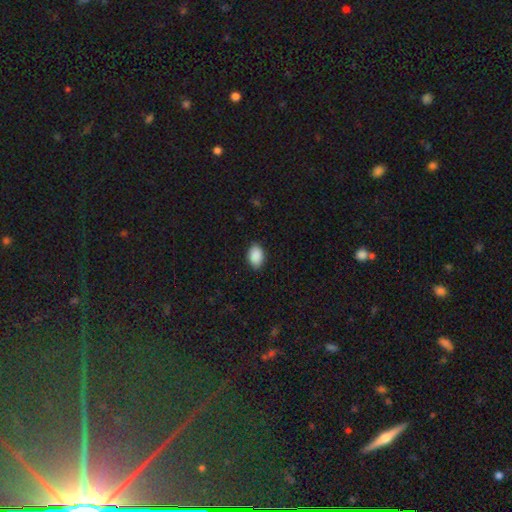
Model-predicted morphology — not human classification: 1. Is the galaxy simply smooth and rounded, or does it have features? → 90% smooth, 7% star or artifact, 3% featured or disk.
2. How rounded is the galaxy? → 89% in between, 10% round, 1% cigar-shaped.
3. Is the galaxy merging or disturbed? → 87% none, 10% minor disturbance, 2% major disturbance, 1% merger.